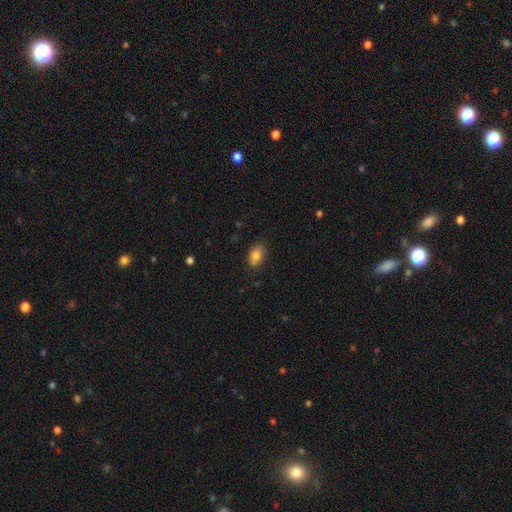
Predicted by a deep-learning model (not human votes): smooth 82%, featured or disk 10%, star or artifact 8%. Down the decision tree: how rounded — in between (88%); merging — none (78%).